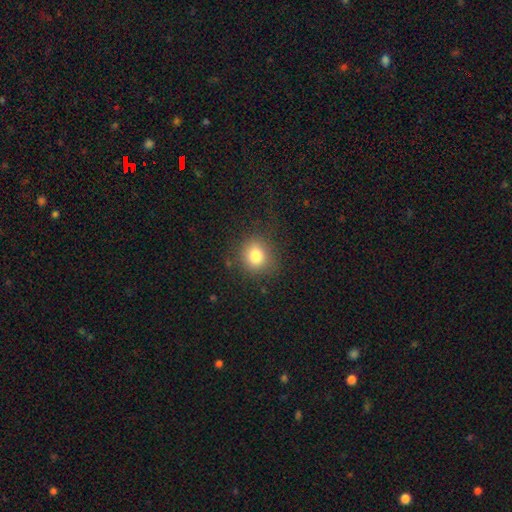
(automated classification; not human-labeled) A smooth galaxy with no disk features (81%) that is round (77%). Merging: none (80%).